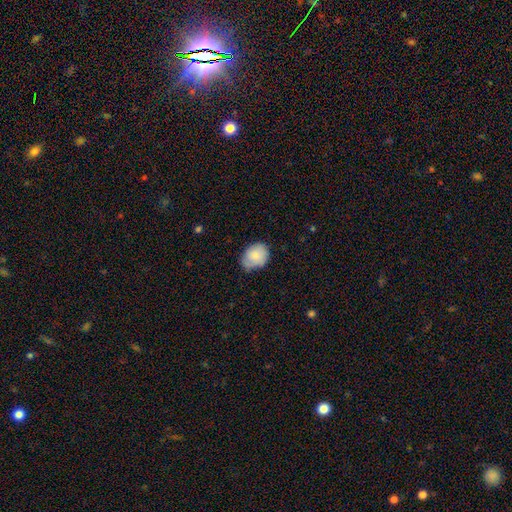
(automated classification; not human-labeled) Smooth or featured? Predicted: smooth (p=0.80). How rounded? Predicted: in between (p=0.59). Merging? Predicted: none (p=0.60).